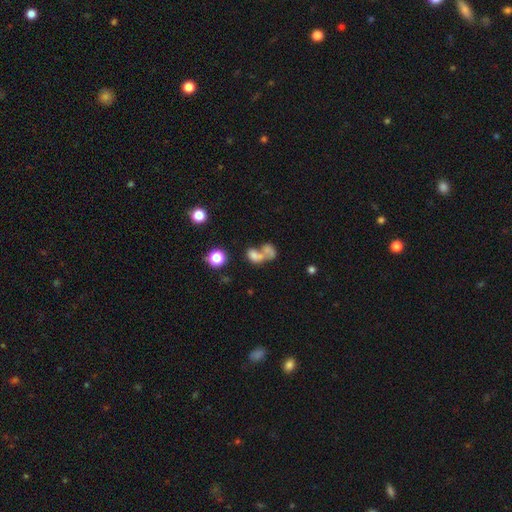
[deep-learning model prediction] smooth-or-featured: smooth: 62% | featured or disk: 24% | star or artifact: 14%
  how-rounded: in between: 68% | round: 30% | cigar-shaped: 2%
  merging: merger: 67% | none: 16% | major disturbance: 11% | minor disturbance: 6%